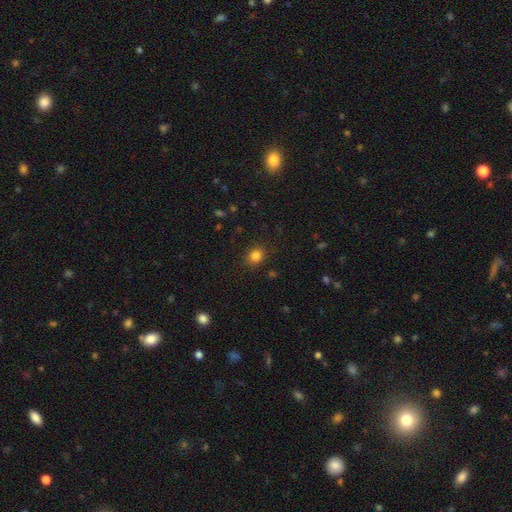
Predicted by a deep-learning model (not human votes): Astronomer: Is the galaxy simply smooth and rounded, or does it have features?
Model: smooth — 82%.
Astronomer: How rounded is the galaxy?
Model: round — 69%.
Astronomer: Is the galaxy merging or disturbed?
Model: none — 87%.